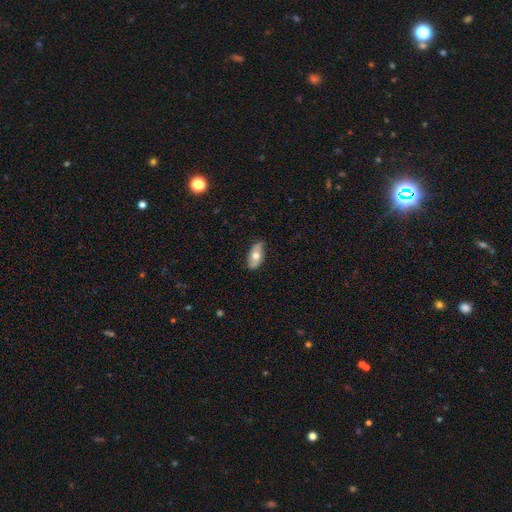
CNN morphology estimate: Smooth or featured? Predicted: smooth (p=0.56). How rounded? Predicted: in between (p=0.90). Merging? Predicted: none (p=0.77).